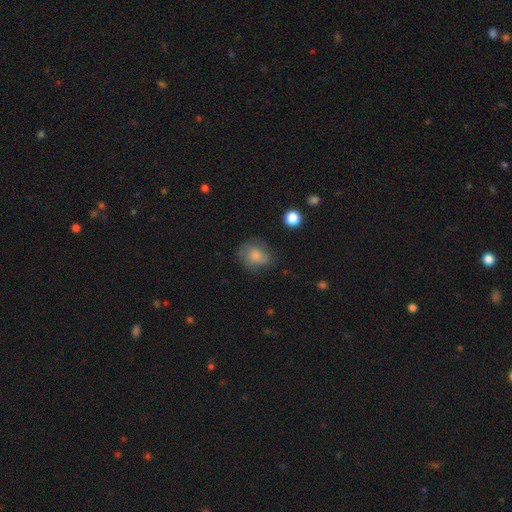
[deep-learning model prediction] Smooth or featured? Predicted: smooth (p=0.71). How rounded? Predicted: round (p=0.59). Merging? Predicted: none (p=0.57).